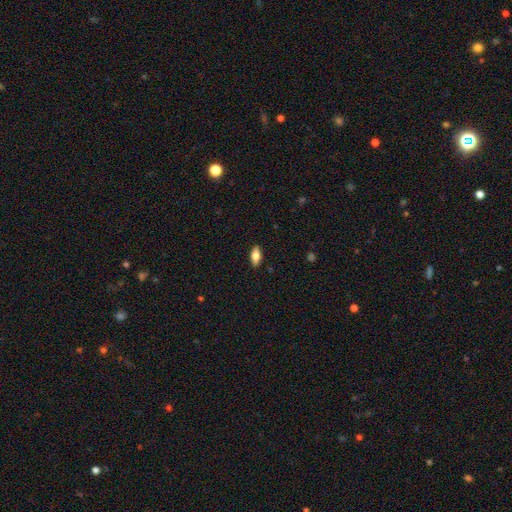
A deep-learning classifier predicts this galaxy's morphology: The model was most divided on "smooth or featured": smooth: 69%, featured or disk: 24%, star or artifact: 7%. More confident: merging — none (89%); how rounded — in between (83%).